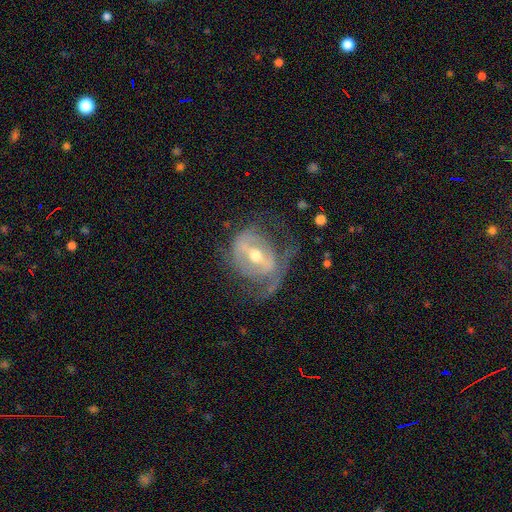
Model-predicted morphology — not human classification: smooth-or-featured: featured or disk: 80% | smooth: 13% | star or artifact: 6%
  disk-edge-on: no: 95% | yes: 5%
    bar: strong: 51% | weak: 35% | no: 14%
    has-spiral-arms: yes: 72% | no: 28%
      spiral-winding: medium: 40% | tight: 33% | loose: 27%
      spiral-arm-count: 2: 53% | can't tell: 23% | 1: 16% | 3: 5% | 4: 2% | more than 4: 2%
    bulge-size: moderate: 66% | small: 28% | large: 4% | none: 1% | dominant: 1%
  merging: none: 45% | major disturbance: 31% | minor disturbance: 22% | merger: 2%